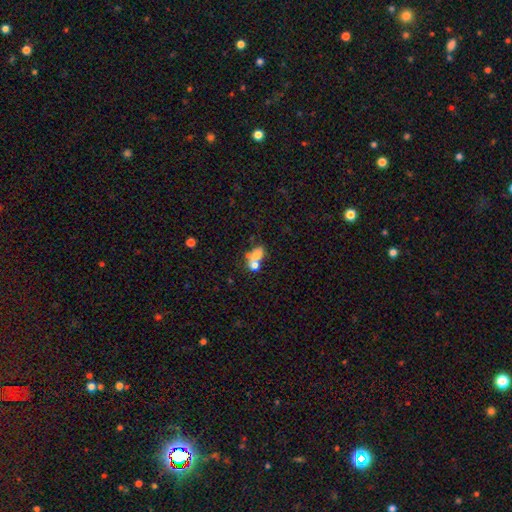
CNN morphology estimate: This appears to be a smooth galaxy with no disk features (67%) that is in between round and cigar-shaped (73%). Merging: merger (57%).